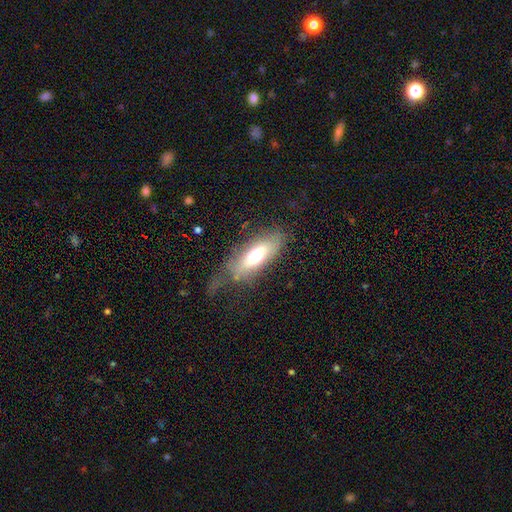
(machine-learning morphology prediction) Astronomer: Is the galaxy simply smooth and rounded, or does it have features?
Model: smooth — 64%.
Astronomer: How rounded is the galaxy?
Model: in between — 72%.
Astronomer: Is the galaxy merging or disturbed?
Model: none — 52%.